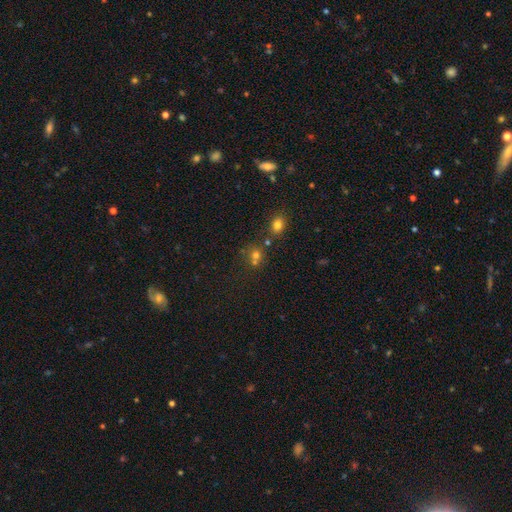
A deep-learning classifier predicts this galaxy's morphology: Smooth or featured? Predicted: smooth (p=0.65). How rounded? Predicted: round (p=0.80). Merging? Predicted: none (p=0.51).